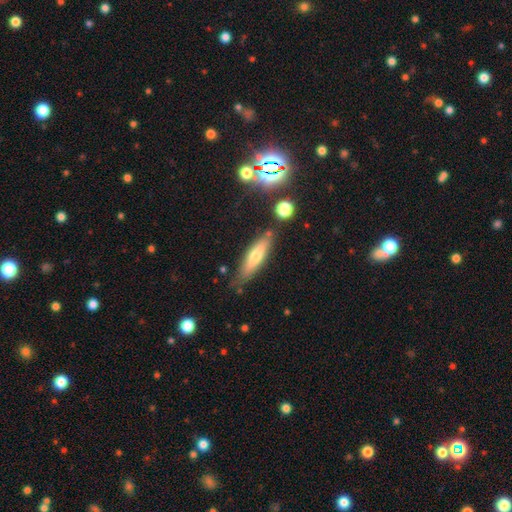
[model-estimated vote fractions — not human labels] The model was most divided on "smooth or featured": smooth: 57%, featured or disk: 34%, star or artifact: 9%. More confident: merging — none (77%); how rounded — cigar-shaped (70%).